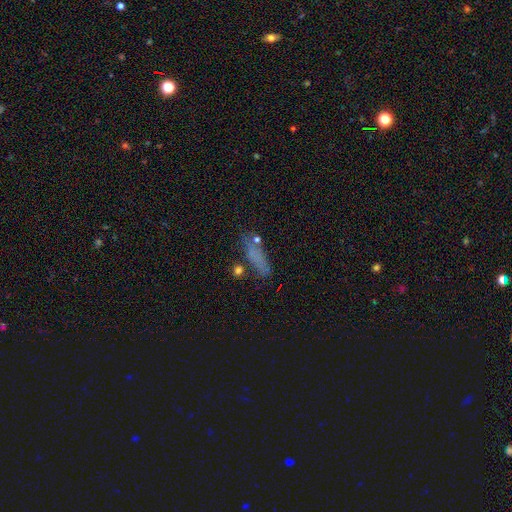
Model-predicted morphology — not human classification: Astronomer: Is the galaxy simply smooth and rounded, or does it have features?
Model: smooth — 65%.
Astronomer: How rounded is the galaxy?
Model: cigar-shaped — 62%.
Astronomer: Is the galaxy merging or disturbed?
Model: none — 66%.